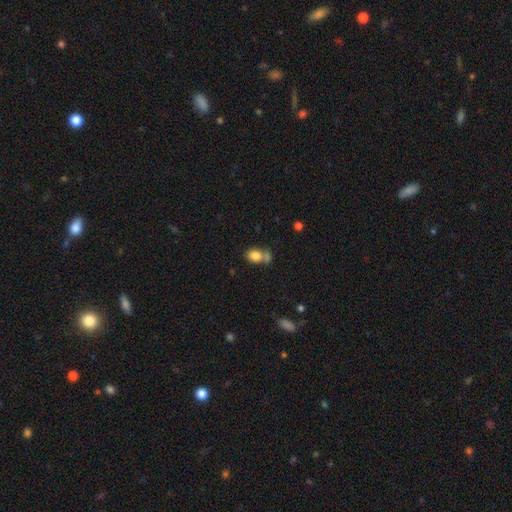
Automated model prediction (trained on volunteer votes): smooth-or-featured: smooth: 83% | star or artifact: 9% | featured or disk: 8%
  how-rounded: in between: 68% | round: 31% | cigar-shaped: 1%
  merging: none: 44% | merger: 36% | minor disturbance: 14% | major disturbance: 6%